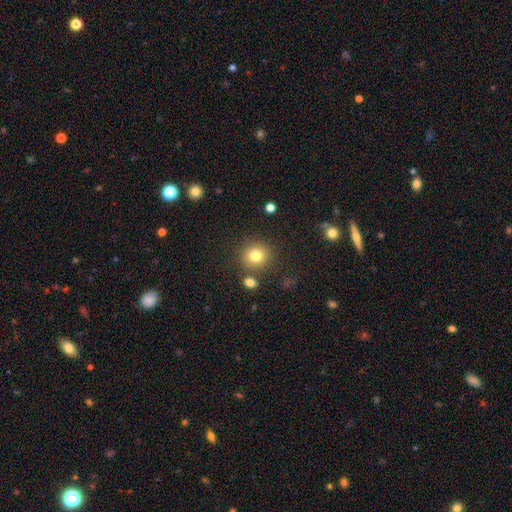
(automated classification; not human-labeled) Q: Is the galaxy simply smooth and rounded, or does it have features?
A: smooth — 81%.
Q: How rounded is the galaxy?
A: round — 87%.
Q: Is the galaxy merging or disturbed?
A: none — 82%.